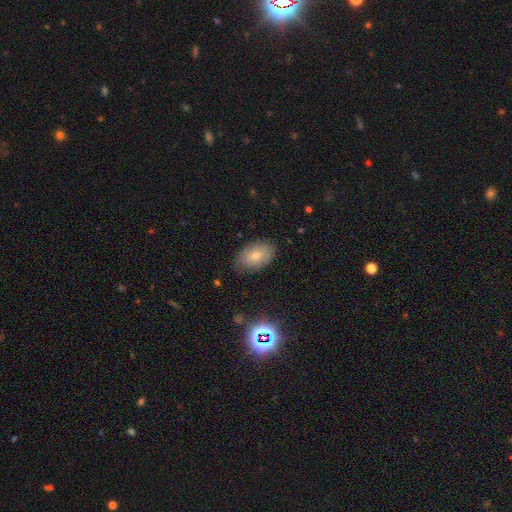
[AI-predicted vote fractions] smooth 73%, featured or disk 19%, star or artifact 8%. Down the decision tree: how rounded — in between (91%); merging — none (78%).